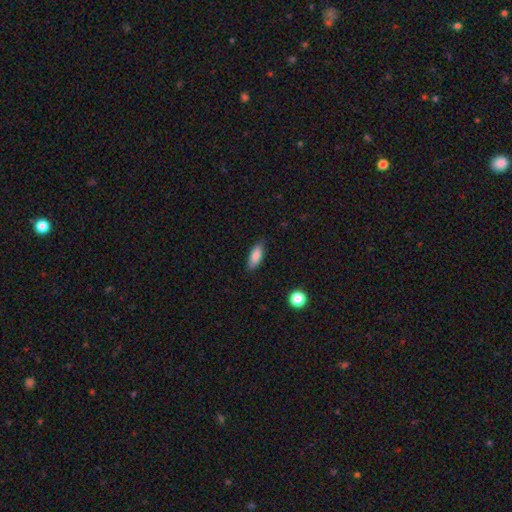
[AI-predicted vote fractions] This is clearly a smooth galaxy (86%). How rounded: likely in between (73%). Merging: clearly none (84%).